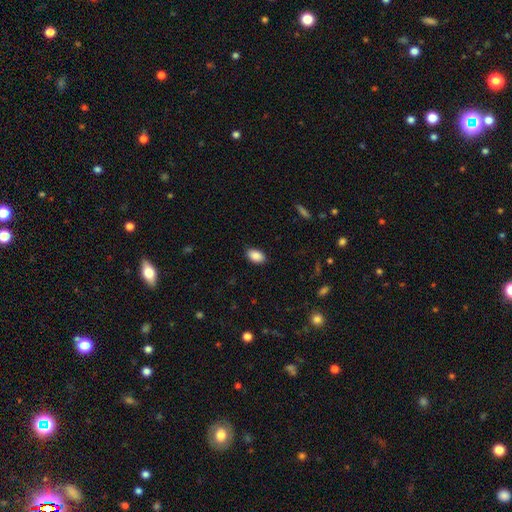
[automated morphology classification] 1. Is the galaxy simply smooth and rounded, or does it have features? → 89% smooth, 7% star or artifact, 4% featured or disk.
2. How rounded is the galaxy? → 92% in between, 6% round, 1% cigar-shaped.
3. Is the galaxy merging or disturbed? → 88% none, 9% minor disturbance, 2% major disturbance, 1% merger.